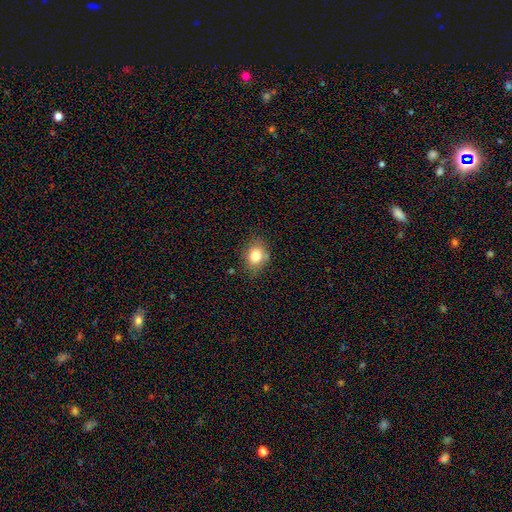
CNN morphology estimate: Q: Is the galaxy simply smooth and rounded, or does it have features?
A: smooth — 80%.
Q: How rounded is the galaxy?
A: round — 52%.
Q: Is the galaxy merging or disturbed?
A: none — 78%.